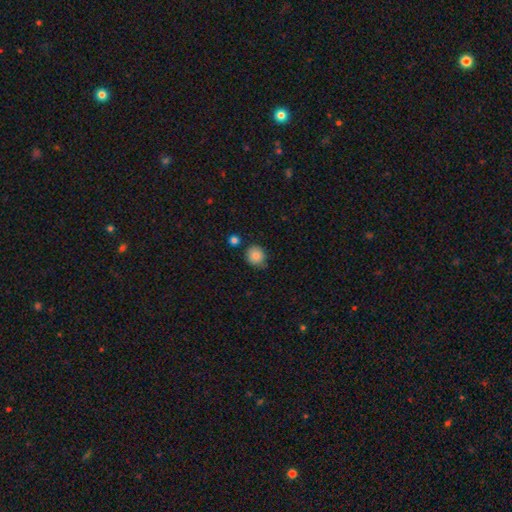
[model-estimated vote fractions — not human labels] Morphology: type=smooth (86%); roundness=round (87%); merging=none (76%).